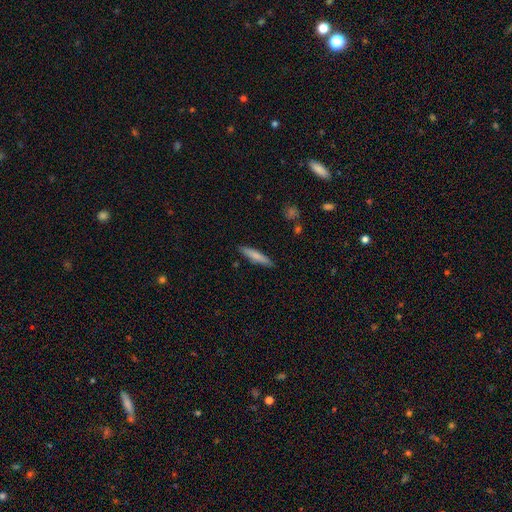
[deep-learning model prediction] The model was most divided on "smooth or featured": smooth: 75%, featured or disk: 19%, star or artifact: 6%. More confident: merging — none (88%); how rounded — cigar-shaped (87%).